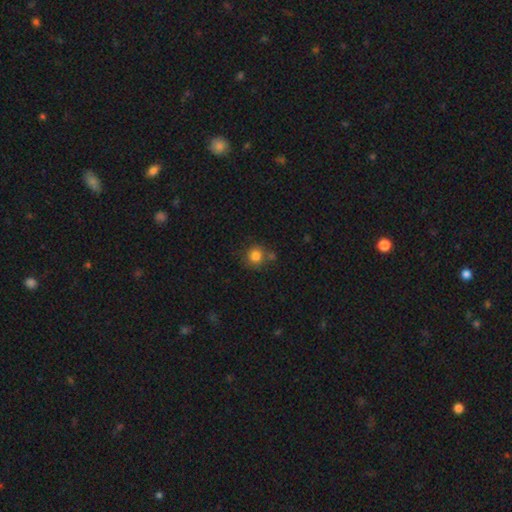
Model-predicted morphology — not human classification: Q: Smooth or featured?
A: smooth (83%); runner-up: star or artifact (11%)
Q: How rounded?
A: round (88%); runner-up: in between (11%)
Q: Merging?
A: none (69%); runner-up: merger (13%)